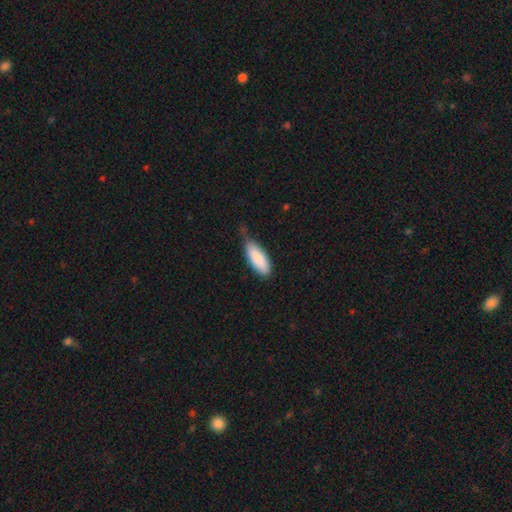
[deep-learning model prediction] Q: Smooth or featured?
A: smooth (86%); runner-up: featured or disk (8%)
Q: How rounded?
A: in between (76%); runner-up: cigar-shaped (22%)
Q: Merging?
A: none (55%); runner-up: minor disturbance (35%)